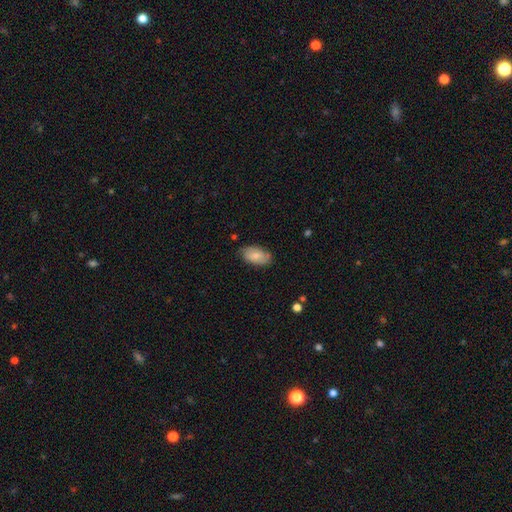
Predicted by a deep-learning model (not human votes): Smooth or featured?
  - smooth: 69% *
  - featured or disk: 24%
  - star or artifact: 6%
How rounded?
  - in between: 94% *
  - round: 4%
  - cigar-shaped: 2%
Merging?
  - none: 73% *
  - minor disturbance: 21%
  - major disturbance: 4%
  - merger: 1%